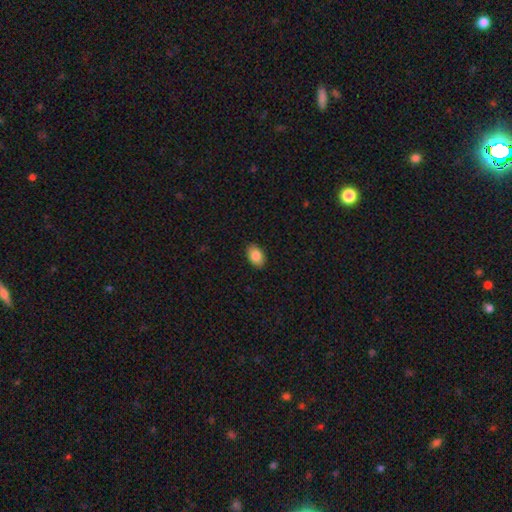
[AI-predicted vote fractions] This appears to be a smooth galaxy with no disk features (85%) that is in between round and cigar-shaped (87%). Merging: none (89%).